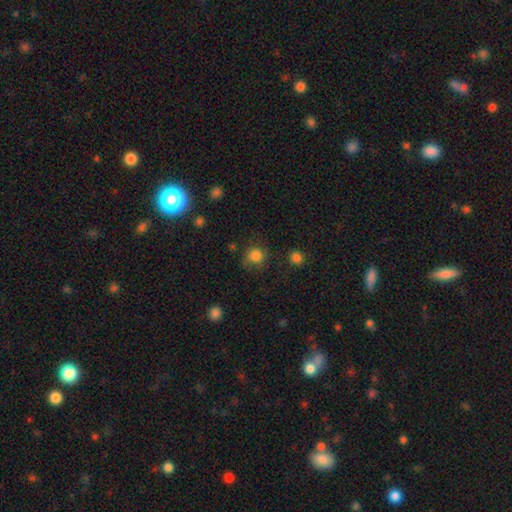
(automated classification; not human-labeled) Q: Smooth or featured?
A: smooth (82%); runner-up: star or artifact (12%)
Q: How rounded?
A: round (88%); runner-up: in between (11%)
Q: Merging?
A: none (73%); runner-up: minor disturbance (17%)